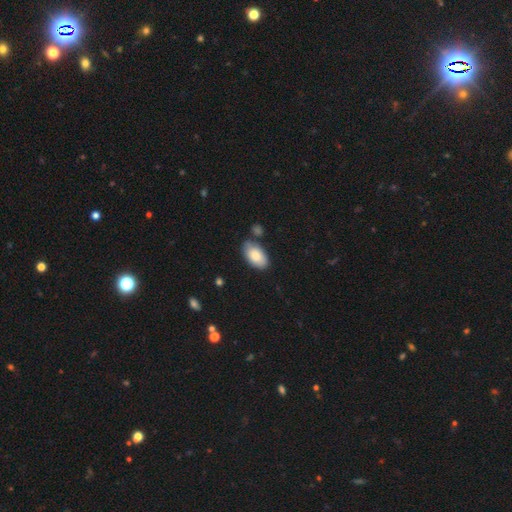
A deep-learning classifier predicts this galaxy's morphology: smooth 83%, featured or disk 11%, star or artifact 6%. Down the decision tree: how rounded — in between (95%); merging — none (69%).